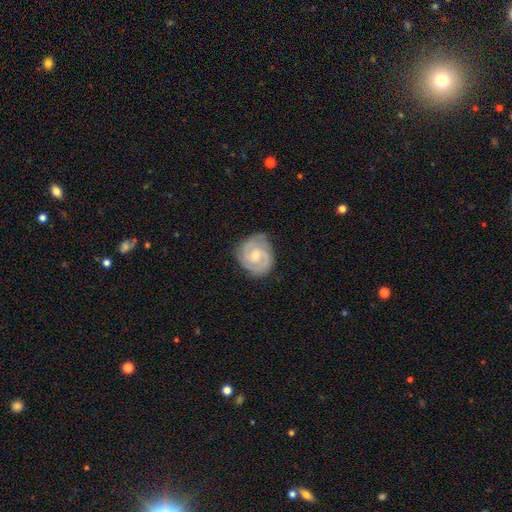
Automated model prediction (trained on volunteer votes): Smooth or featured? Predicted: featured or disk (p=0.84). Edge-on disk? Predicted: no (p=0.98). Bar? Predicted: no (p=0.52). Spiral arms? Predicted: yes (p=0.97). Spiral winding? Predicted: tight (p=0.63). Spiral arm count? Predicted: 2 (p=0.80). Bulge size? Predicted: small (p=0.47, tied with moderate). Merging? Predicted: none (p=0.79).